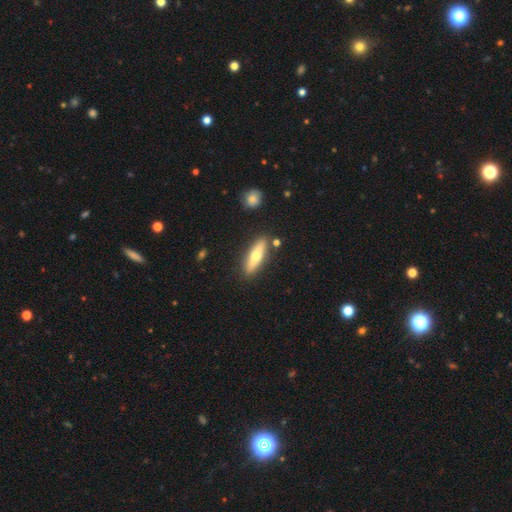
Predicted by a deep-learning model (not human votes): This is possibly a smooth galaxy (56%). How rounded: likely cigar-shaped (66%). Merging: clearly none (85%).